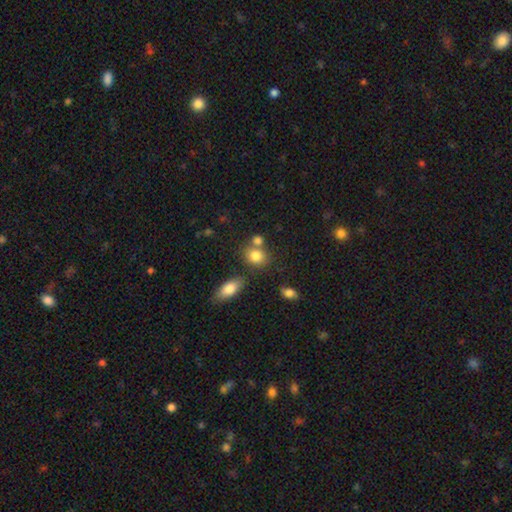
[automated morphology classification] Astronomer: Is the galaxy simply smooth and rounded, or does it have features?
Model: smooth — 81%.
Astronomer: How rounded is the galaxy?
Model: round — 63%.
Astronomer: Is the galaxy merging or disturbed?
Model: none — 55%.